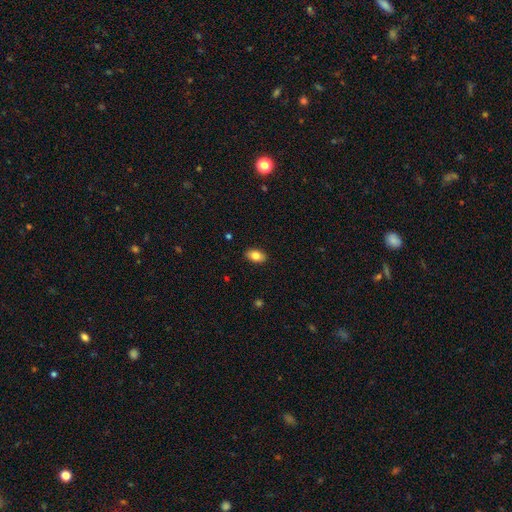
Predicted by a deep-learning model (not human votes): smooth-or-featured: smooth: 82% | featured or disk: 11% | star or artifact: 8%
  how-rounded: in between: 91% | round: 7% | cigar-shaped: 2%
  merging: none: 89% | minor disturbance: 9% | major disturbance: 2% | merger: 1%